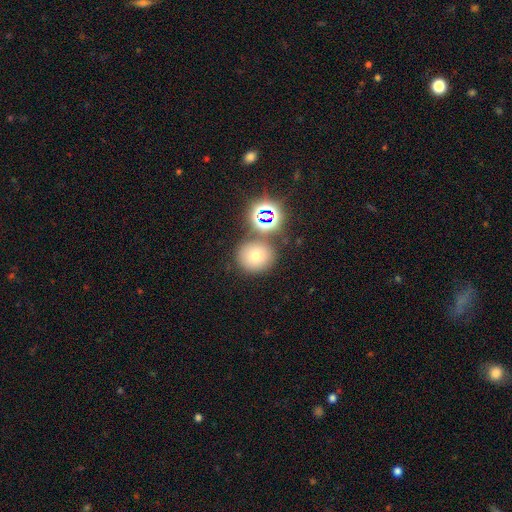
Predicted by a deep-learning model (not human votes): smooth-or-featured: smooth: 65% | star or artifact: 24% | featured or disk: 11%
  how-rounded: round: 81% | in between: 18% | cigar-shaped: 1%
  merging: none: 73% | merger: 14% | minor disturbance: 10% | major disturbance: 3%